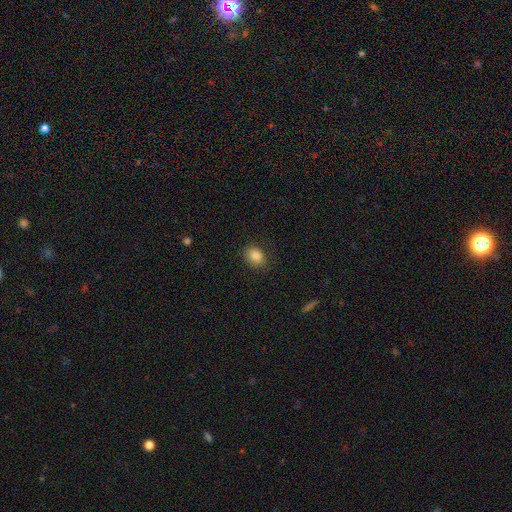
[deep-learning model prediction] Q: Smooth or featured?
A: smooth (86%); runner-up: star or artifact (10%)
Q: How rounded?
A: in between (57%); runner-up: round (42%)
Q: Merging?
A: none (84%); runner-up: minor disturbance (12%)